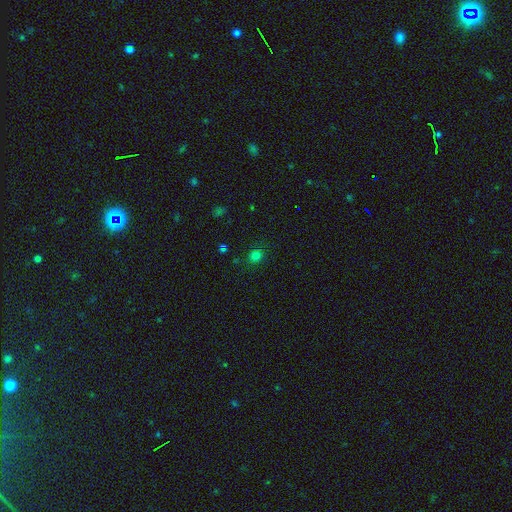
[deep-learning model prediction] Morphology: type=smooth (76%); roundness=round (79%); merging=none (85%).